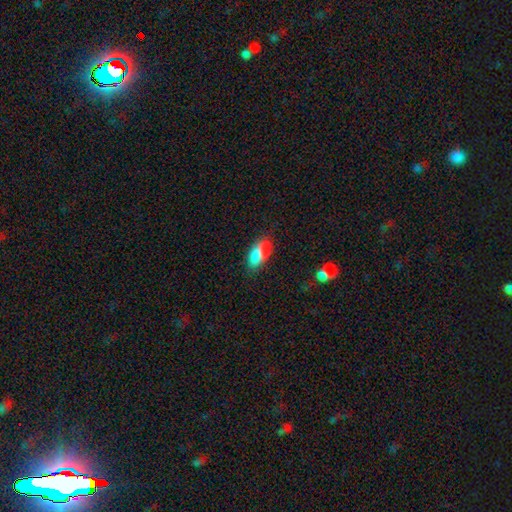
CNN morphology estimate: smooth-or-featured: smooth: 88% | star or artifact: 7% | featured or disk: 5%
  how-rounded: in between: 90% | cigar-shaped: 7% | round: 3%
  merging: none: 79% | minor disturbance: 16% | major disturbance: 3% | merger: 2%